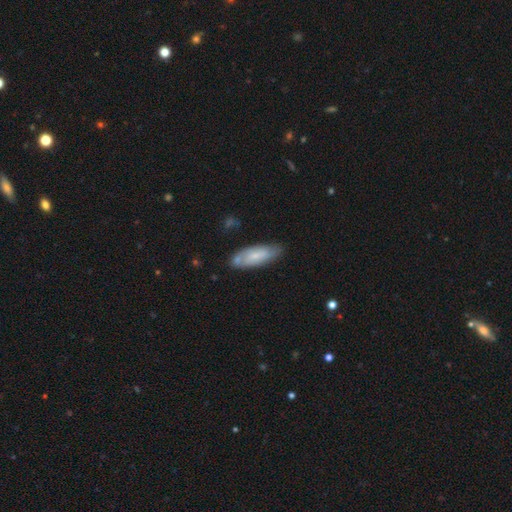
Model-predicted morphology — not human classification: This is possibly a smooth galaxy (59%). How rounded: likely in between (62%). Merging: likely none (69%).